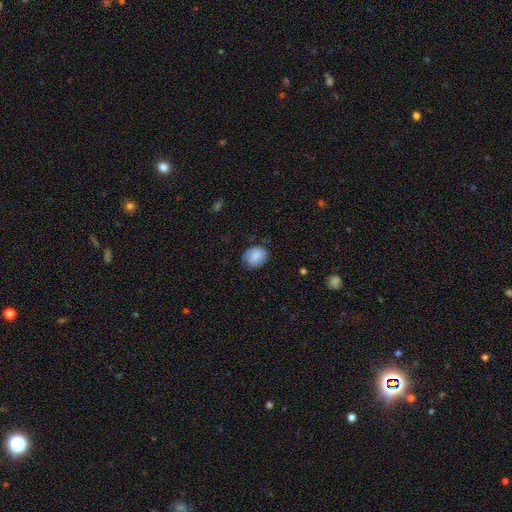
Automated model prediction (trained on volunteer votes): Q: Smooth or featured?
A: smooth (85%); runner-up: featured or disk (8%)
Q: How rounded?
A: round (53%); runner-up: in between (46%)
Q: Merging?
A: none (73%); runner-up: minor disturbance (22%)